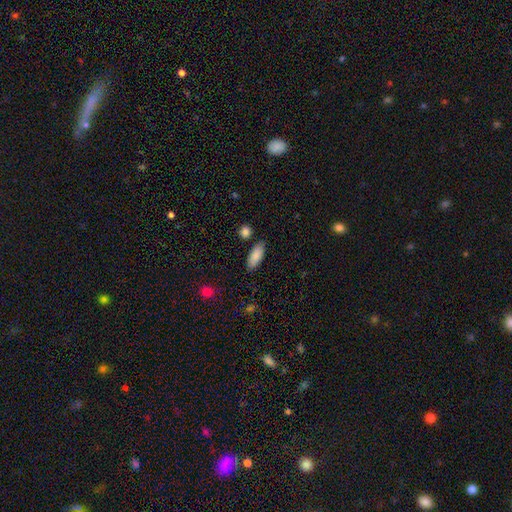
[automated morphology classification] A smooth galaxy with no disk features (87%) that is in between round and cigar-shaped (80%). Merging: none (82%).